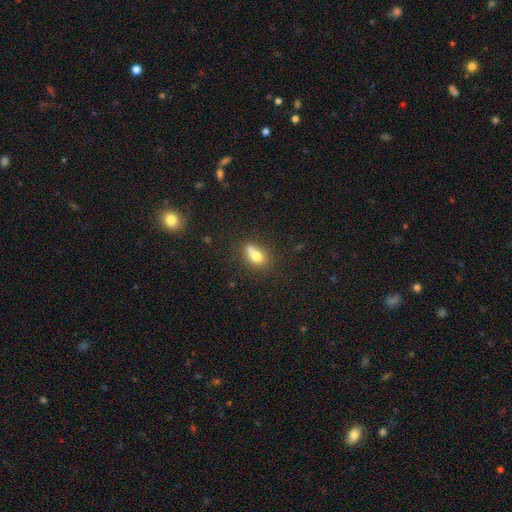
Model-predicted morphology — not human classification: smooth-or-featured: smooth: 73% | featured or disk: 16% | star or artifact: 10%
  how-rounded: in between: 72% | round: 24% | cigar-shaped: 5%
  merging: none: 45% | merger: 24% | minor disturbance: 22% | major disturbance: 9%